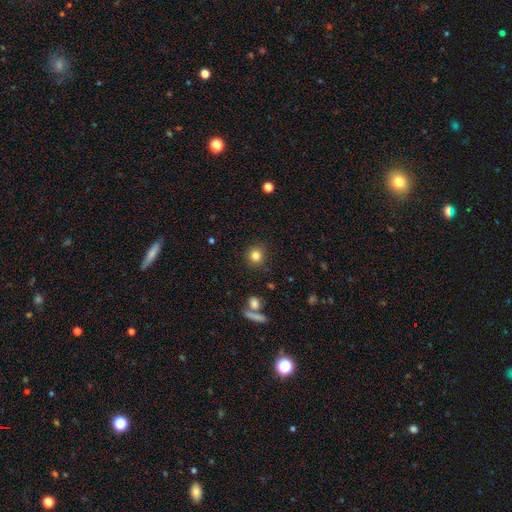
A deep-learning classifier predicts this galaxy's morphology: The model was most divided on "smooth or featured": smooth: 82%, star or artifact: 11%, featured or disk: 6%. More confident: how rounded — round (90%); merging — none (89%).